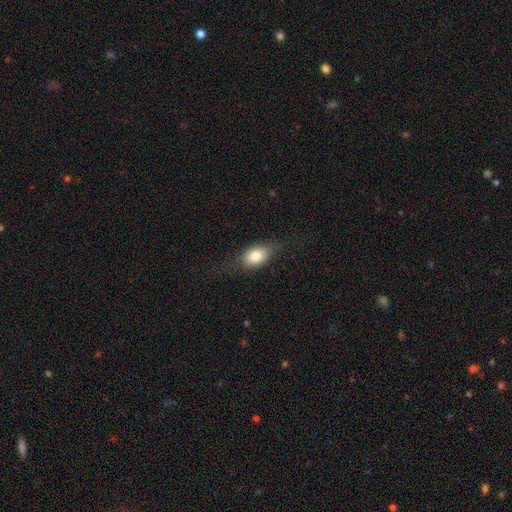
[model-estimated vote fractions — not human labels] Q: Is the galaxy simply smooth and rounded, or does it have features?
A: smooth — 77%.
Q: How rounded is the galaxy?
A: in between — 81%.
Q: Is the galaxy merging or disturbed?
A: none — 66%.